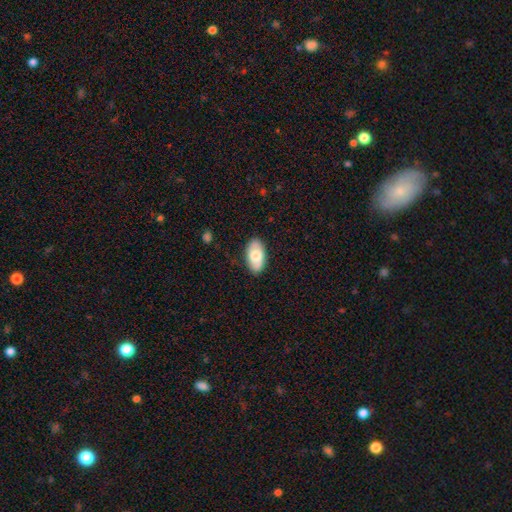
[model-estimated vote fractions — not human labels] Q: Smooth or featured?
A: smooth (67%); runner-up: featured or disk (27%)
Q: How rounded?
A: in between (94%); runner-up: round (3%)
Q: Merging?
A: none (85%); runner-up: minor disturbance (11%)